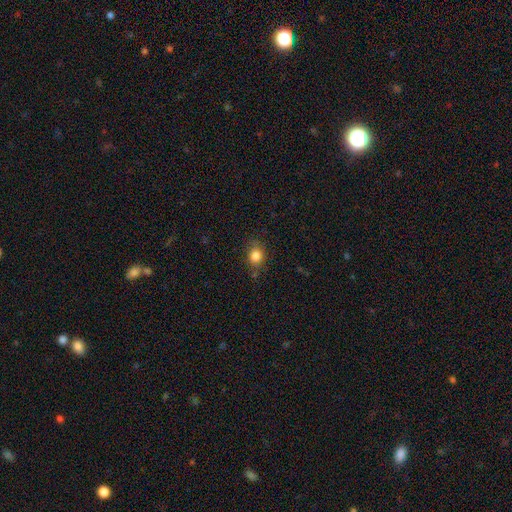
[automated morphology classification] Smooth or featured?
  - smooth: 83% *
  - star or artifact: 11%
  - featured or disk: 6%
How rounded?
  - round: 54% *
  - in between: 45%
  - cigar-shaped: 1%
Merging?
  - none: 75% *
  - minor disturbance: 19%
  - major disturbance: 4%
  - merger: 2%